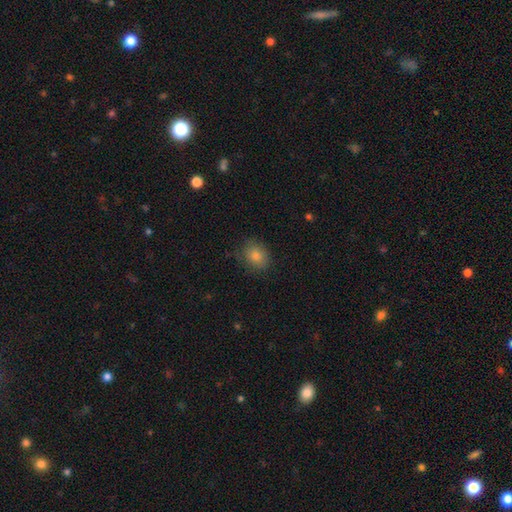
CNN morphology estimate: Smooth or featured?
  - smooth: 79% *
  - star or artifact: 13%
  - featured or disk: 8%
How rounded?
  - round: 58% *
  - in between: 40%
  - cigar-shaped: 1%
Merging?
  - none: 80% *
  - minor disturbance: 15%
  - major disturbance: 4%
  - merger: 1%